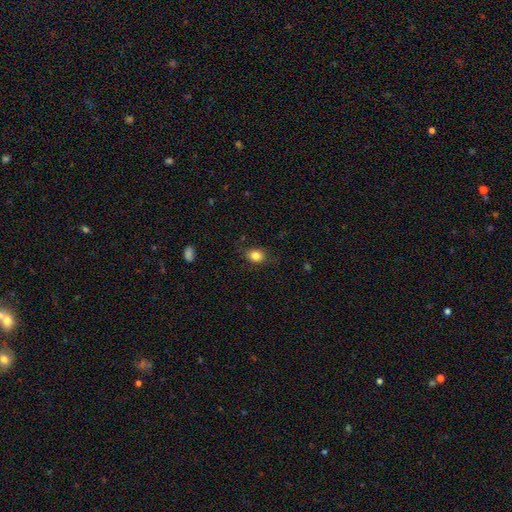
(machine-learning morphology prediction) Q: Smooth or featured?
A: smooth (83%); runner-up: star or artifact (10%)
Q: How rounded?
A: in between (56%); runner-up: round (43%)
Q: Merging?
A: none (79%); runner-up: minor disturbance (15%)